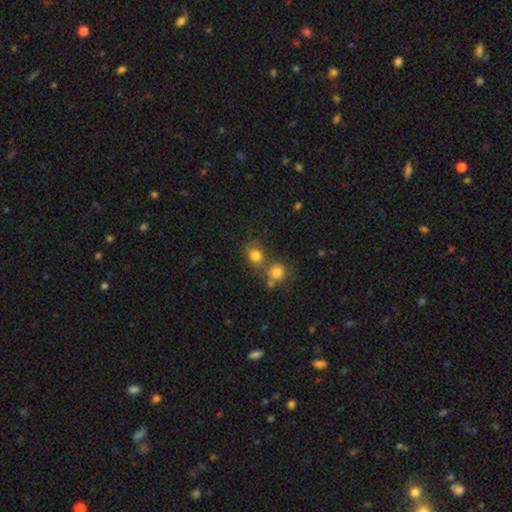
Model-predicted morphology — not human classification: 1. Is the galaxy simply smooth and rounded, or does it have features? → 79% smooth, 13% star or artifact, 8% featured or disk.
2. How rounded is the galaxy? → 75% round, 24% in between, 1% cigar-shaped.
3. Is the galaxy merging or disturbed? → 53% none, 32% merger, 10% minor disturbance, 4% major disturbance.